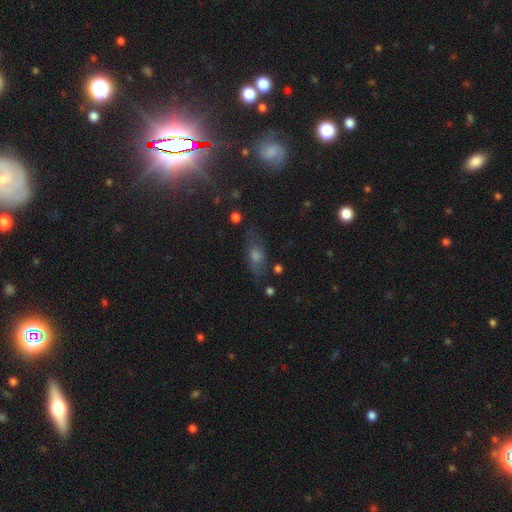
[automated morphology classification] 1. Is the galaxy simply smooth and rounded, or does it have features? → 42% smooth, 29% featured or disk, 29% star or artifact.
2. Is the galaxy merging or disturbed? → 74% none, 16% minor disturbance, 7% major disturbance, 3% merger.